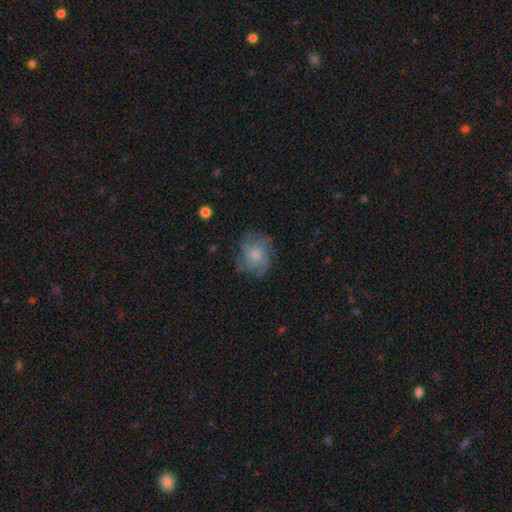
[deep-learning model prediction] A featured or disk galaxy (54%) with no bar (82%), spiral arms (80%) and a small central bulge (45%). Merging: none (69%).